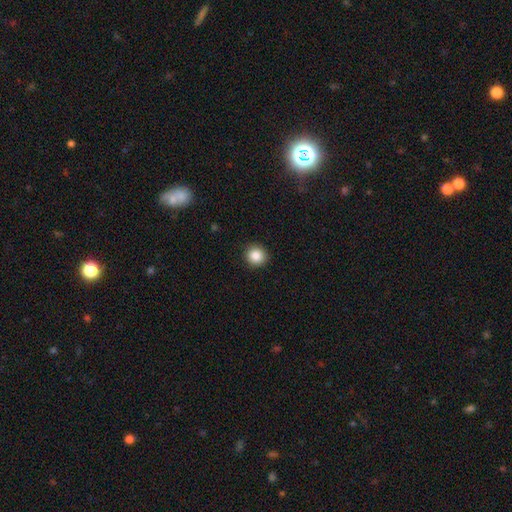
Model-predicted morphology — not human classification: Smooth or featured?
  - smooth: 87% *
  - star or artifact: 9%
  - featured or disk: 4%
How rounded?
  - round: 92% *
  - in between: 7%
  - cigar-shaped: 1%
Merging?
  - none: 92% *
  - minor disturbance: 6%
  - major disturbance: 2%
  - merger: 1%